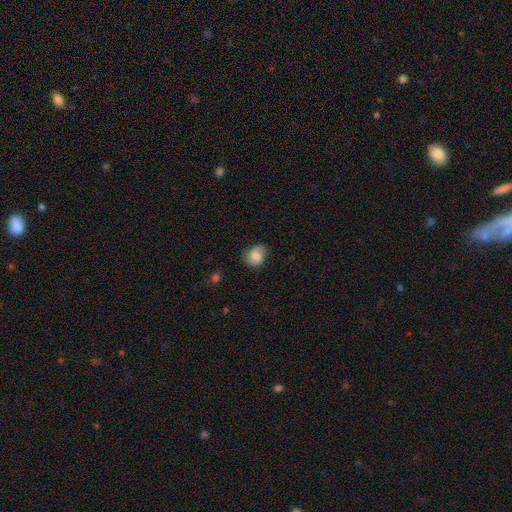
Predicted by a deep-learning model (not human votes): The model was most divided on "how rounded": round: 50%, in between: 49%, cigar-shaped: 1%. More confident: smooth or featured — smooth (71%); merging — none (66%).